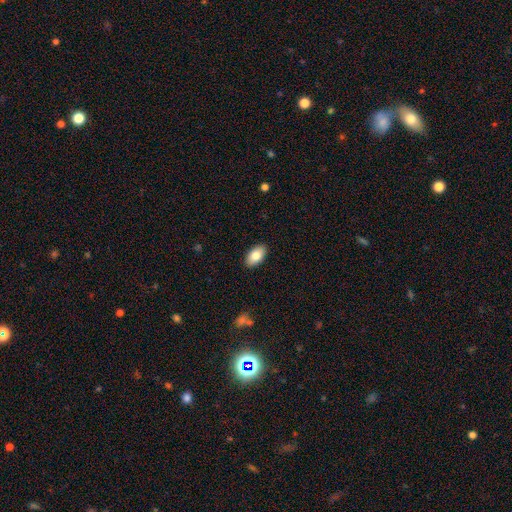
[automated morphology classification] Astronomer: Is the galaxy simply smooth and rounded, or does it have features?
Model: smooth — 81%.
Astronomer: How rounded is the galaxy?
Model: in between — 94%.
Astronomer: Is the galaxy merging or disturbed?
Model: none — 89%.